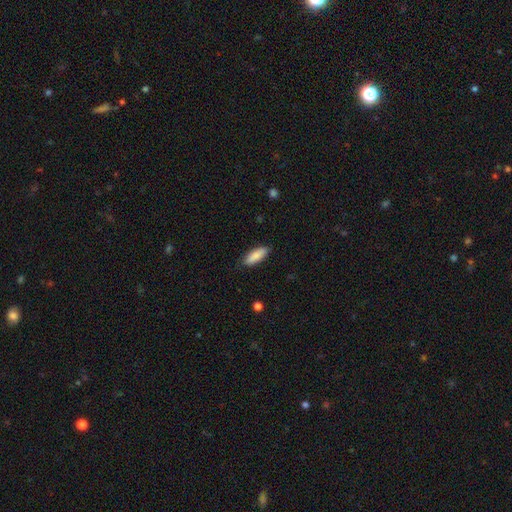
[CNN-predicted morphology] smooth-or-featured: smooth: 87% | featured or disk: 7% | star or artifact: 6%
  how-rounded: in between: 65% | cigar-shaped: 34% | round: 2%
  merging: none: 85% | minor disturbance: 12% | major disturbance: 2% | merger: 1%